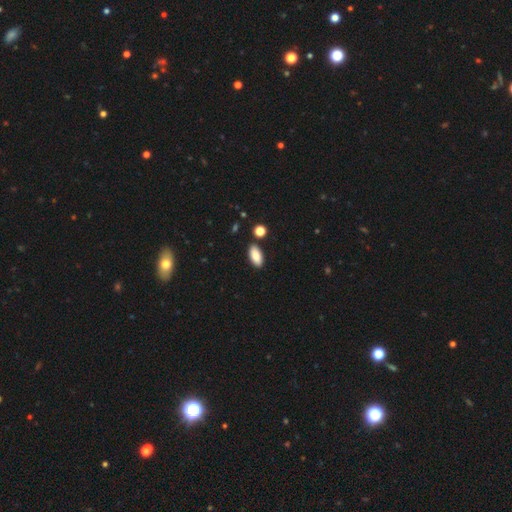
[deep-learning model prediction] A smooth galaxy with no disk features (84%) that is in between round and cigar-shaped (91%).

Vote fractions:
- Smooth or featured? smooth: 84% / featured or disk: 9% / star or artifact: 7%
- How rounded? in between: 91% / cigar-shaped: 7% / round: 3%
- Merging? none: 86% / minor disturbance: 8% / merger: 4% / major disturbance: 2%